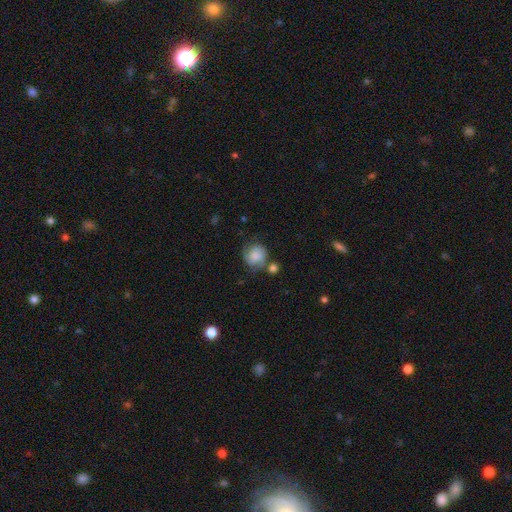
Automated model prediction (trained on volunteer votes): This appears to be a smooth galaxy with no disk features (69%) that is round (79%). Merging: none (54%).